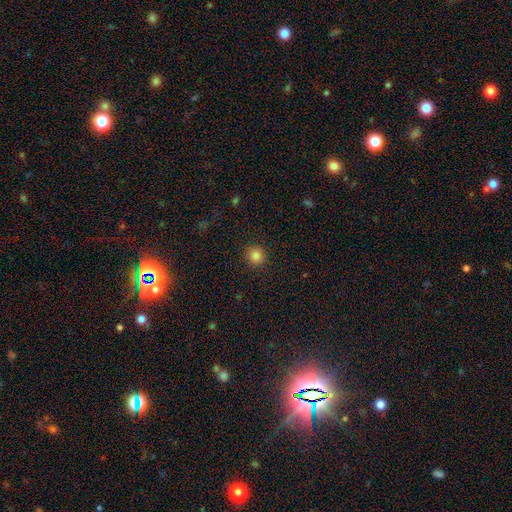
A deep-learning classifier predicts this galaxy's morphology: This is clearly a smooth galaxy (84%). How rounded: clearly round (93%). Merging: clearly none (92%).